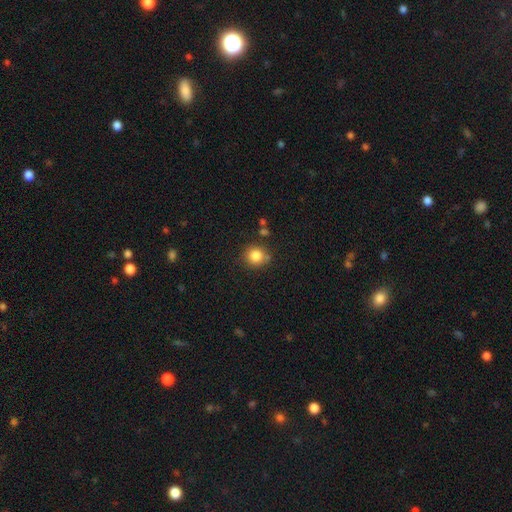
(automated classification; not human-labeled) Smooth or featured?
  - smooth: 83% *
  - star or artifact: 11%
  - featured or disk: 6%
How rounded?
  - round: 89% *
  - in between: 10%
  - cigar-shaped: 1%
Merging?
  - none: 75% *
  - minor disturbance: 14%
  - merger: 8%
  - major disturbance: 4%